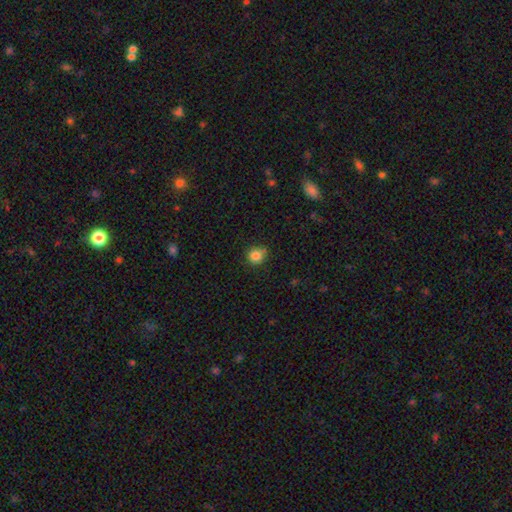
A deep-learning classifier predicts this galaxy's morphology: A smooth galaxy with no disk features (84%) that is round (87%).

Vote fractions:
- Smooth or featured? smooth: 84% / star or artifact: 11% / featured or disk: 5%
- How rounded? round: 87% / in between: 12% / cigar-shaped: 1%
- Merging? none: 77% / minor disturbance: 18% / major disturbance: 3% / merger: 2%